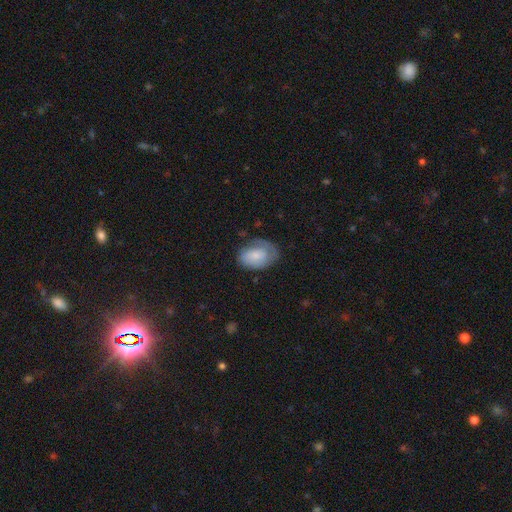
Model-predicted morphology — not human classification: A smooth galaxy with no disk features (64%) that is in between round and cigar-shaped (84%). Merging: none (52%).